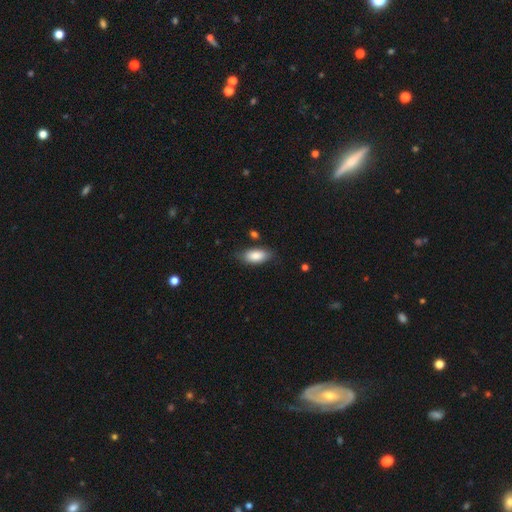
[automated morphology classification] The model was most divided on "merging": none: 76%, minor disturbance: 17%, major disturbance: 4%, merger: 3%. More confident: how rounded — in between (89%); smooth or featured — smooth (85%).